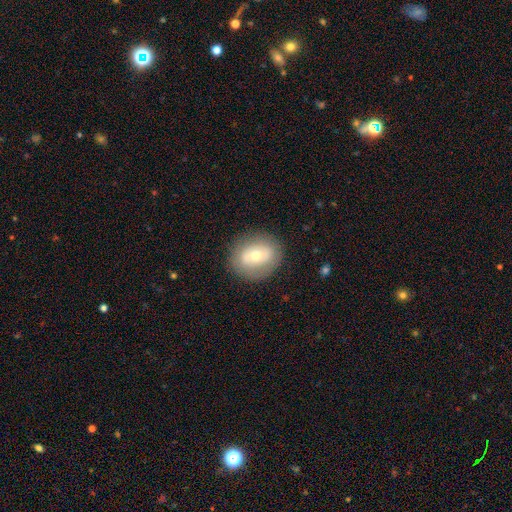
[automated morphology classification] type=smooth (54%); roundness=round (57%); merging=none (82%).